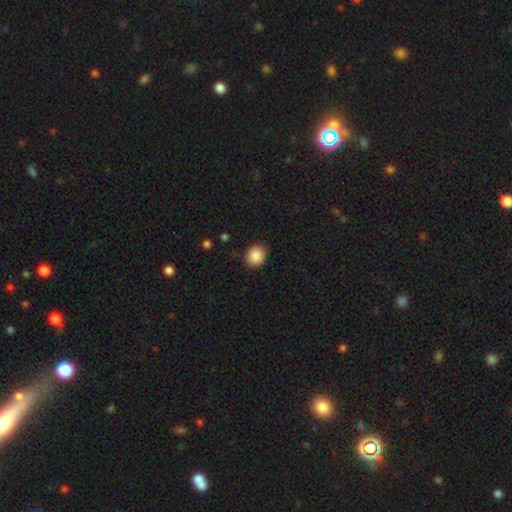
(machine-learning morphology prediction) type=smooth (88%); roundness=round (78%); merging=none (87%).